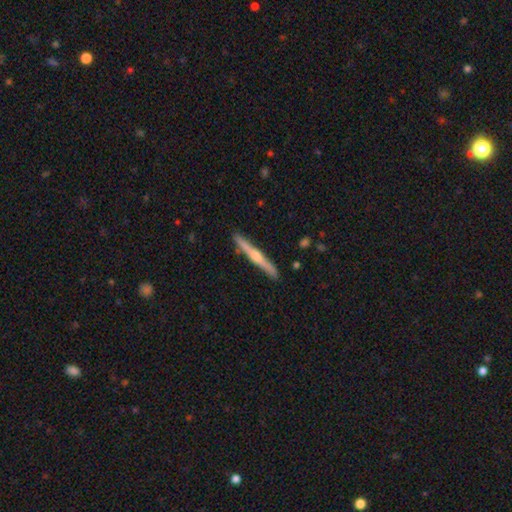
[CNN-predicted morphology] smooth-or-featured: featured or disk: 66% | smooth: 29% | star or artifact: 5%
  disk-edge-on: yes: 98% | no: 2%
    edge-on-bulge: rounded: 84% | none: 11% | boxy: 5%
  merging: none: 90% | minor disturbance: 7% | merger: 1% | major disturbance: 1%